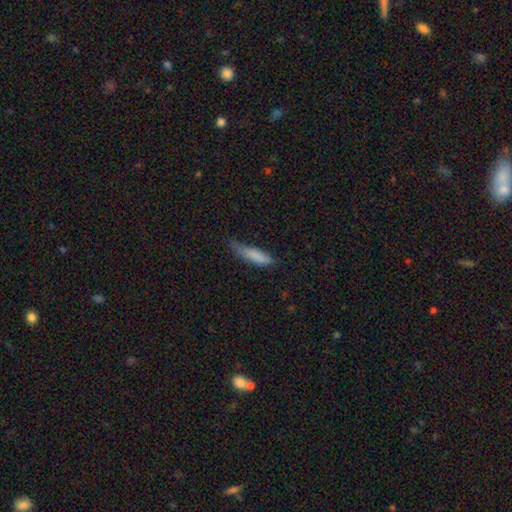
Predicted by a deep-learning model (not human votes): Morphology: type=smooth (81%); roundness=cigar-shaped (71%); merging=none (44%).